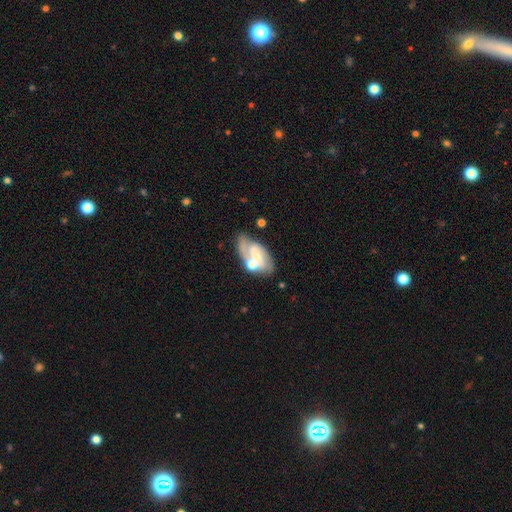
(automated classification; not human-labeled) A featured or disk galaxy (72%) with a weak bar (42%), 2 (71%) medium (48%) spiral arms (87%) and a small central bulge (49%).

Vote fractions:
- Smooth or featured? featured or disk: 72% / smooth: 21% / star or artifact: 7%
- Edge-on disk? no: 96% / yes: 4%
- Bar? weak: 42% / no: 40% / strong: 17%
- Spiral arms? yes: 87% / no: 13%
- Spiral winding? medium: 48% / tight: 31% / loose: 21%
- Spiral arm count? 2: 71% / 1: 11% / can't tell: 11% / 3: 4% / 4: 1% / more than 4: 1%
- Bulge size? small: 49% / moderate: 33% / none: 12% / large: 4% / dominant: 1%
- Merging? none: 51% / minor disturbance: 20% / merger: 19% / major disturbance: 10%